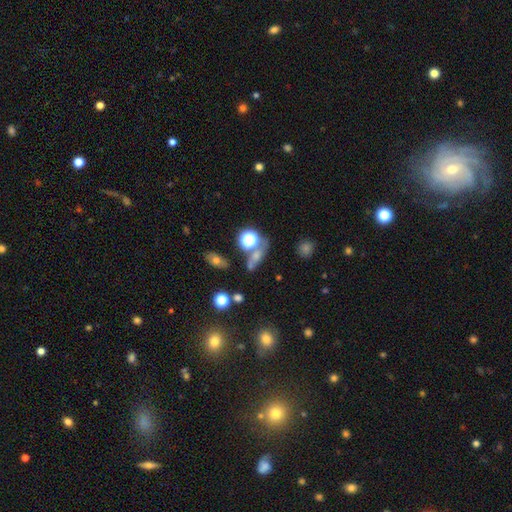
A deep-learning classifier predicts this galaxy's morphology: Smooth or featured? smooth (55%)
How rounded? in between (48%)
Merging? none (47%)